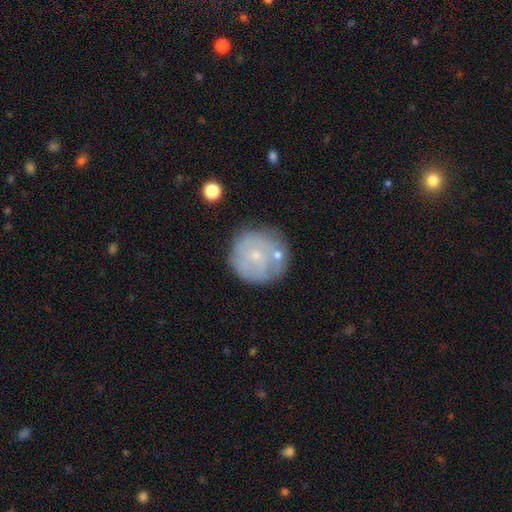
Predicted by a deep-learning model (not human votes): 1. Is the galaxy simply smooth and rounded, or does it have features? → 48% smooth, 44% featured or disk, 8% star or artifact.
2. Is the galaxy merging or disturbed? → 68% none, 17% minor disturbance, 9% merger, 6% major disturbance.